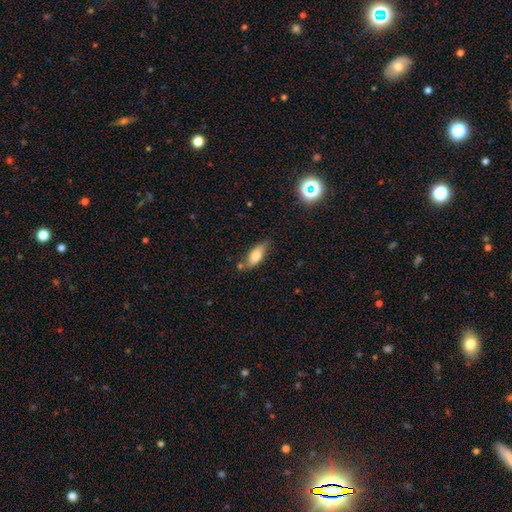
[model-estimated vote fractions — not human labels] Q: Smooth or featured?
A: smooth (73%); runner-up: featured or disk (19%)
Q: How rounded?
A: in between (77%); runner-up: cigar-shaped (20%)
Q: Merging?
A: none (69%); runner-up: minor disturbance (20%)